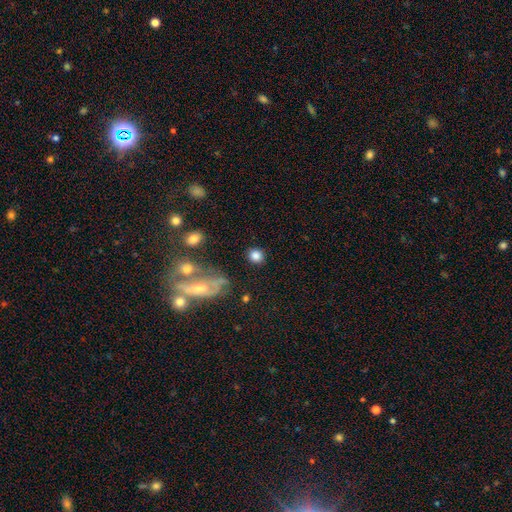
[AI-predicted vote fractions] This is clearly a smooth galaxy (81%). How rounded: clearly round (82%). Merging: clearly none (82%).